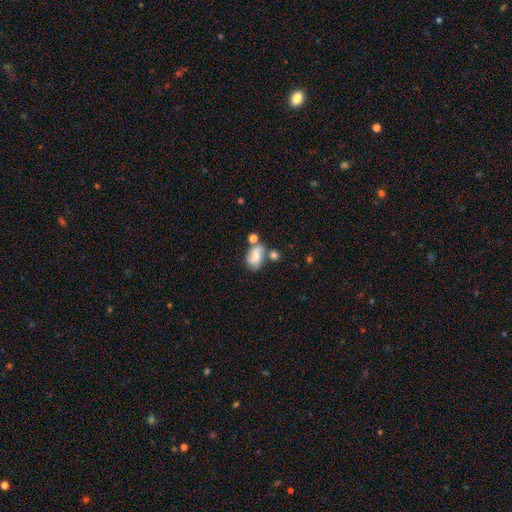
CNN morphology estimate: The model was most divided on "smooth or featured": smooth: 51%, featured or disk: 39%, star or artifact: 10%. Remaining: how rounded — in between (80%); merging — none (41%).